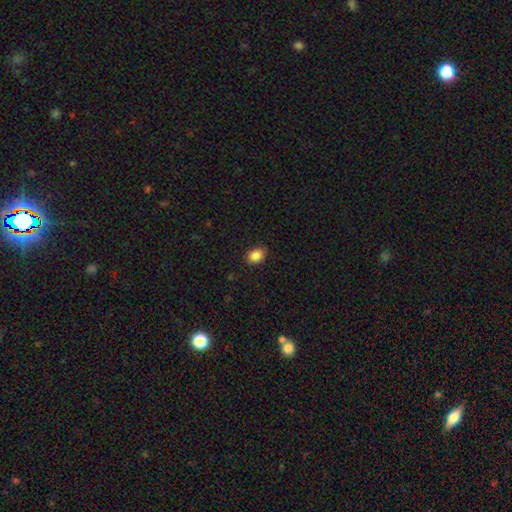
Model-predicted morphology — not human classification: A smooth galaxy with no disk features (87%) that is in between round and cigar-shaped (65%).

Vote fractions:
- Smooth or featured? smooth: 87% / star or artifact: 9% / featured or disk: 4%
- How rounded? in between: 65% / round: 35% / cigar-shaped: 1%
- Merging? none: 87% / minor disturbance: 9% / major disturbance: 2% / merger: 1%